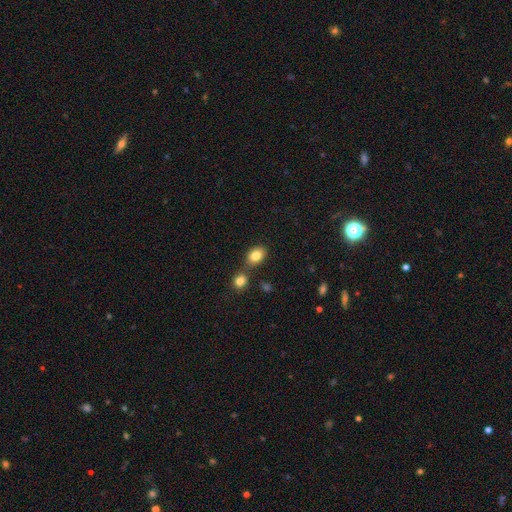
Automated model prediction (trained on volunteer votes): Smooth or featured?
  - smooth: 83% *
  - star or artifact: 9%
  - featured or disk: 8%
How rounded?
  - in between: 76% *
  - round: 23%
  - cigar-shaped: 1%
Merging?
  - none: 65% *
  - merger: 20%
  - minor disturbance: 12%
  - major disturbance: 3%